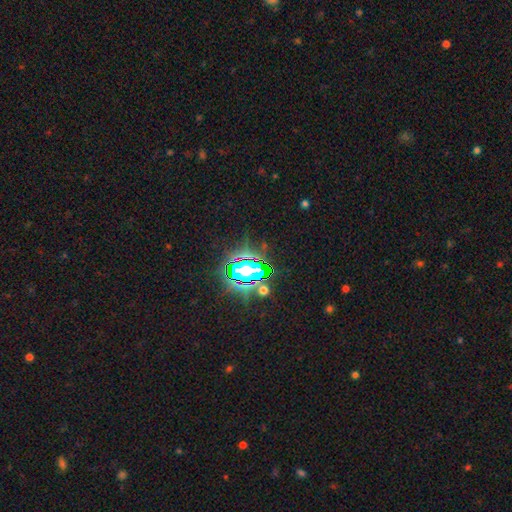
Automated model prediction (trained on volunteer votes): Overall: star or artifact (84%).